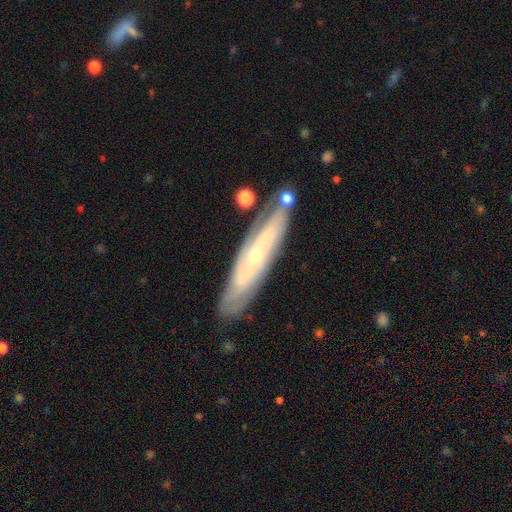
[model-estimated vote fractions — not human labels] smooth-or-featured: featured or disk: 75% | smooth: 19% | star or artifact: 6%
  disk-edge-on: no: 66% | yes: 34%
  merging: none: 76% | minor disturbance: 16% | merger: 5% | major disturbance: 4%